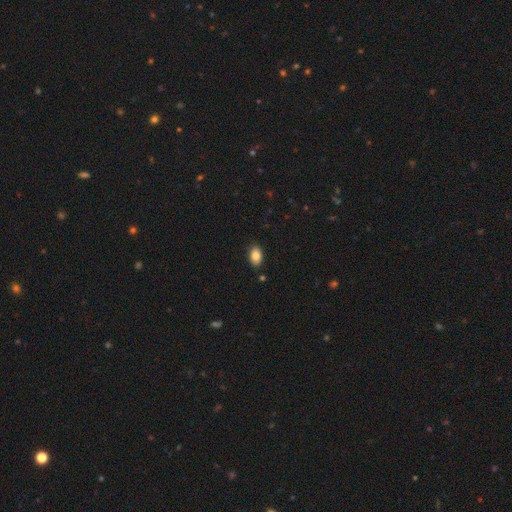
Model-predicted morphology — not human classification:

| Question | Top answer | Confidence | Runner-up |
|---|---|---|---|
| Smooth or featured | smooth | 84% | star or artifact (8%) |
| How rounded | in between | 90% | round (9%) |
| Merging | none | 88% | minor disturbance (9%) |